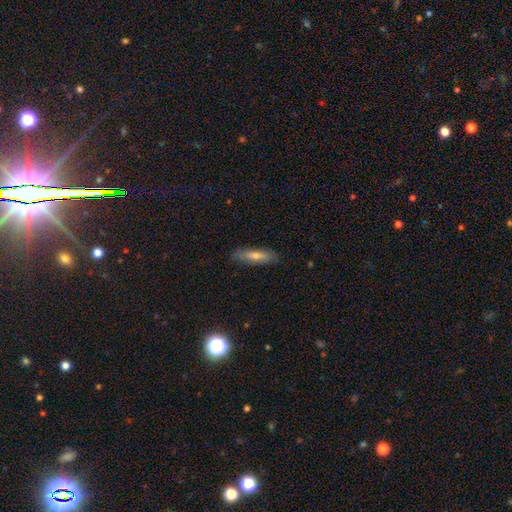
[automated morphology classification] This is possibly a smooth galaxy (58%). How rounded: likely cigar-shaped (65%). Merging: clearly none (84%).